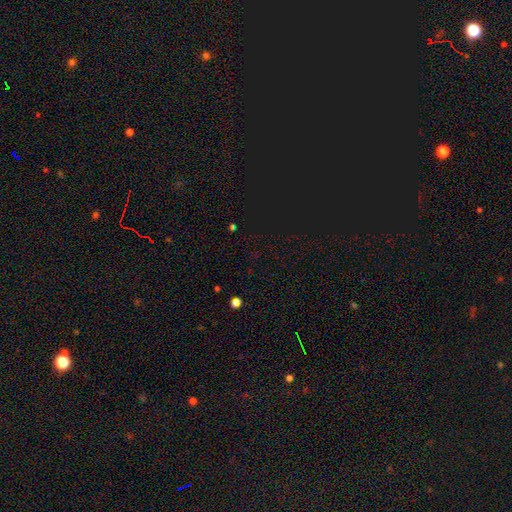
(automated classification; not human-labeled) The model was most divided on "smooth or featured": star or artifact: 70%, smooth: 23%, featured or disk: 7%.